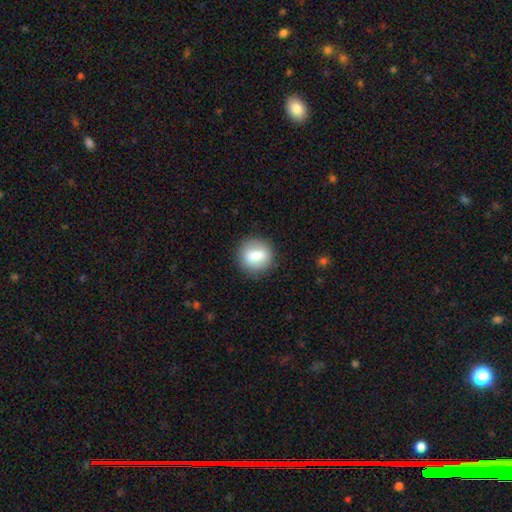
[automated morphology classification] A smooth galaxy with no disk features (77%) that is round (79%). Merging: none (85%).